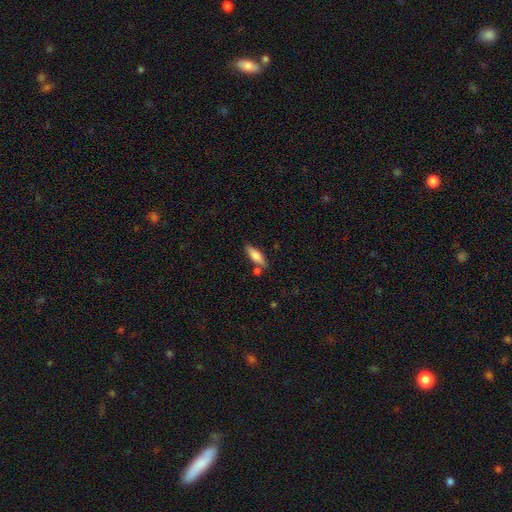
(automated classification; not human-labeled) A smooth galaxy with no disk features (70%) that is in between round and cigar-shaped (60%).

Vote fractions:
- Smooth or featured? smooth: 70% / featured or disk: 23% / star or artifact: 6%
- How rounded? in between: 60% / cigar-shaped: 38% / round: 2%
- Merging? none: 74% / minor disturbance: 14% / merger: 9% / major disturbance: 3%